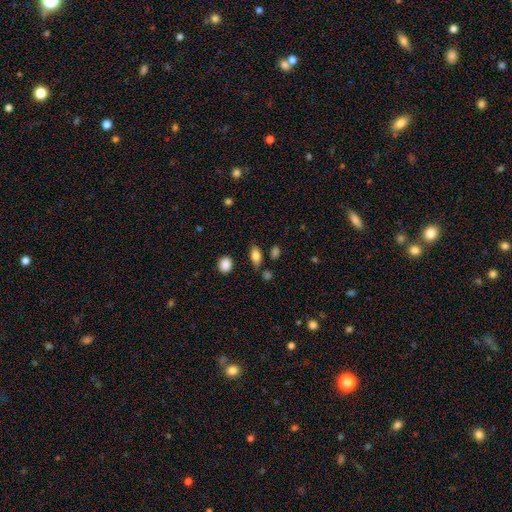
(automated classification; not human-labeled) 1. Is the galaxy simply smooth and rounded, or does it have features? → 78% smooth, 13% featured or disk, 9% star or artifact.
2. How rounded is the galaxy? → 84% in between, 9% cigar-shaped, 7% round.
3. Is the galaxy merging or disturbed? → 78% none, 14% minor disturbance, 5% merger, 4% major disturbance.